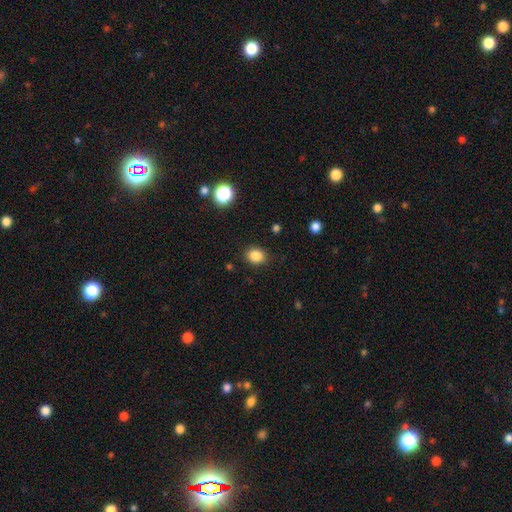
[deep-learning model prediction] Smooth or featured?
  - smooth: 85% *
  - star or artifact: 11%
  - featured or disk: 4%
How rounded?
  - round: 55% *
  - in between: 44%
  - cigar-shaped: 1%
Merging?
  - none: 87% *
  - minor disturbance: 9%
  - major disturbance: 3%
  - merger: 1%